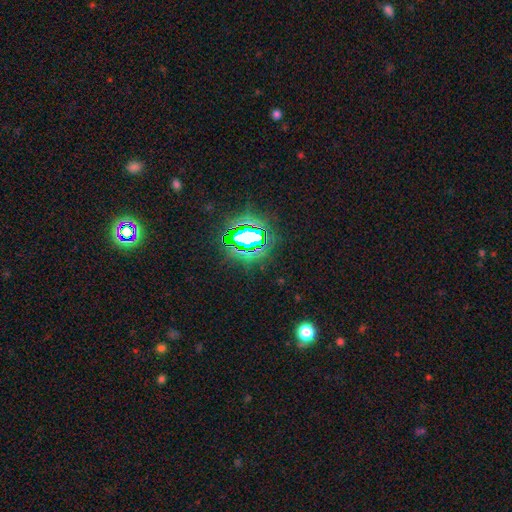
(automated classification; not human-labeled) Smooth or featured? Predicted: star or artifact (p=0.81).